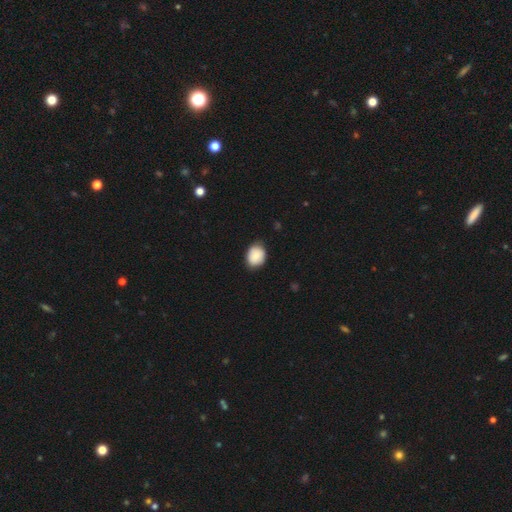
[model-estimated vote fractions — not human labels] A smooth galaxy with no disk features (84%) that is in between round and cigar-shaped (50%). Merging: none (79%).